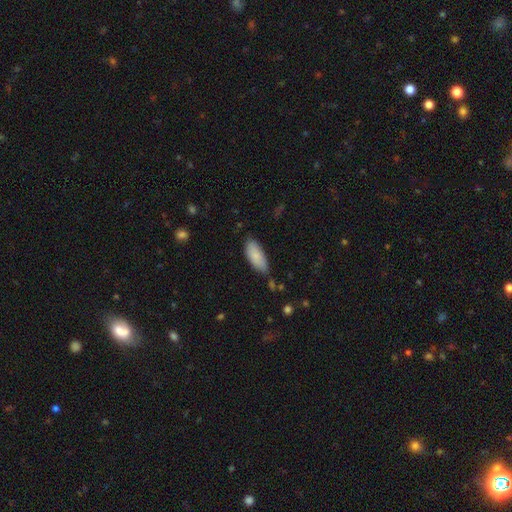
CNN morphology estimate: This appears to be a smooth galaxy with no disk features (84%) that is in between round and cigar-shaped (85%). Merging: none (68%).